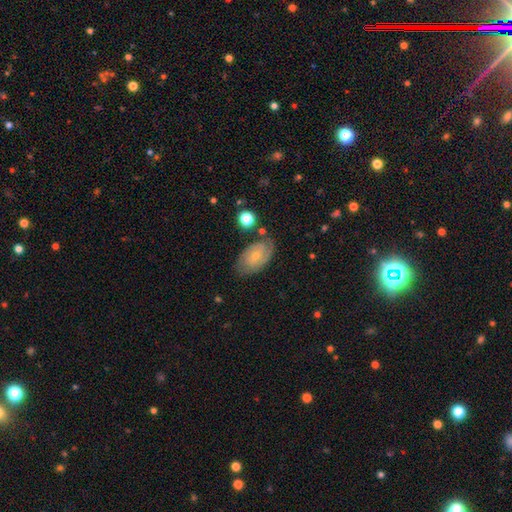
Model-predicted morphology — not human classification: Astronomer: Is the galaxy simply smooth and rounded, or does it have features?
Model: featured or disk — 51% (runner-up: smooth, 42%).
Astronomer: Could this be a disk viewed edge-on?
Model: no — 94%.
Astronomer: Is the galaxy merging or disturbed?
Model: none — 70%.